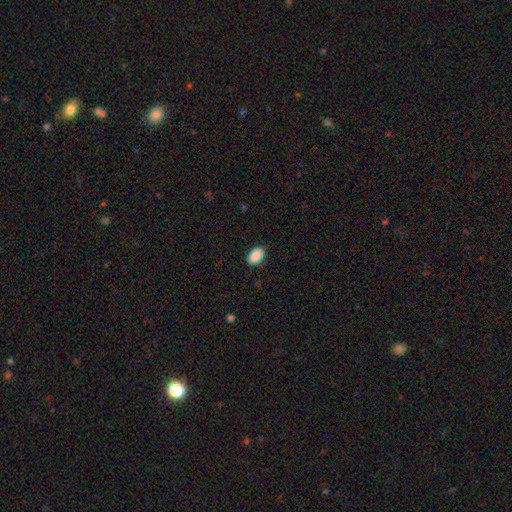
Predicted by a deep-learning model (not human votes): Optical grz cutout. It shows a smooth galaxy with no disk features (90%) that is in between round and cigar-shaped (89%). Merging: none (89%).